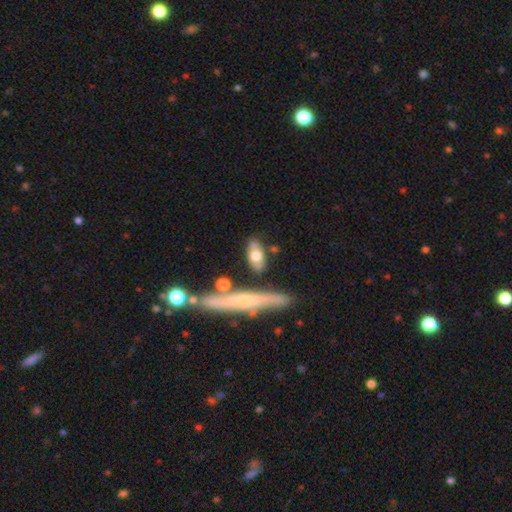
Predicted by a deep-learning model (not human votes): Q: Smooth or featured?
A: smooth (64%); runner-up: featured or disk (30%)
Q: How rounded?
A: in between (78%); runner-up: cigar-shaped (18%)
Q: Merging?
A: none (76%); runner-up: minor disturbance (14%)